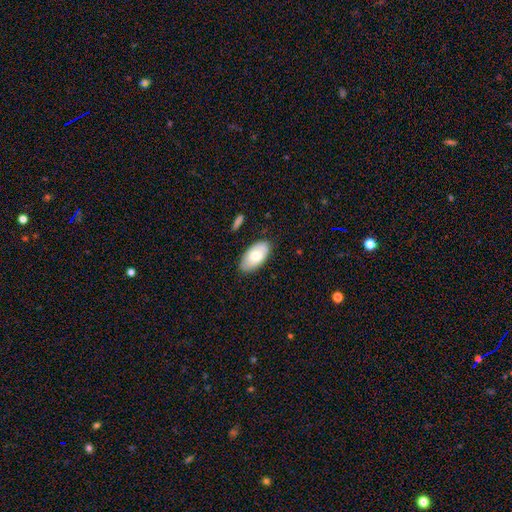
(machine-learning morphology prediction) Smooth or featured? smooth (74%)
How rounded? in between (95%)
Merging? none (83%)